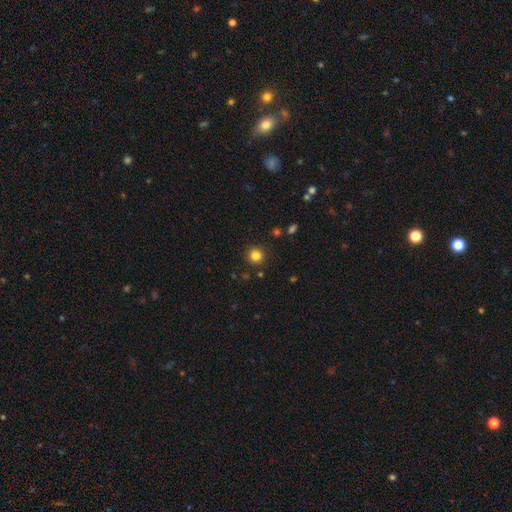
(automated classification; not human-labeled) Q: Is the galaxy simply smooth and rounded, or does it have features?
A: smooth — 82%.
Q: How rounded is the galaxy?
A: round — 94%.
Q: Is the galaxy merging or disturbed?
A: none — 91%.